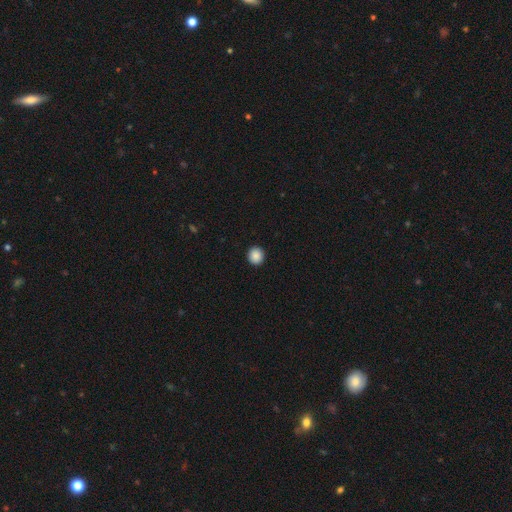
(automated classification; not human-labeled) Smooth or featured?
  - smooth: 89% *
  - star or artifact: 9%
  - featured or disk: 2%
How rounded?
  - round: 91% *
  - in between: 8%
  - cigar-shaped: 1%
Merging?
  - none: 93% *
  - minor disturbance: 4%
  - major disturbance: 1%
  - merger: 1%